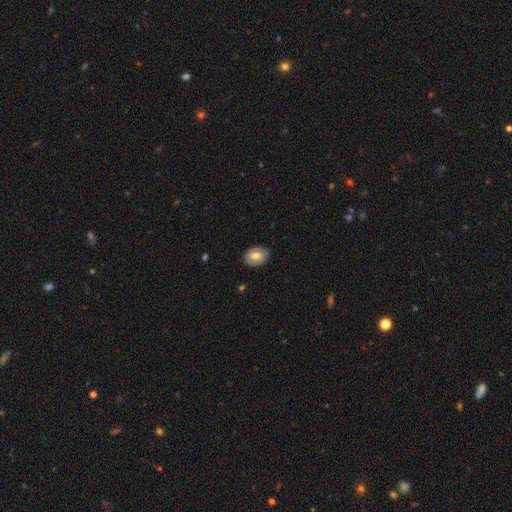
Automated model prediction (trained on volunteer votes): A smooth galaxy with no disk features (57%) that is in between round and cigar-shaped (70%). Merging: none (84%).